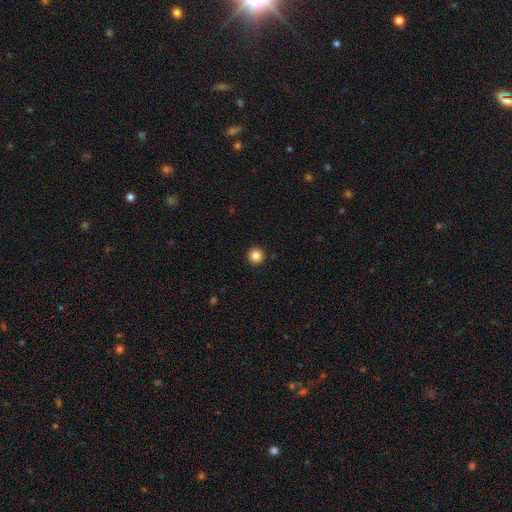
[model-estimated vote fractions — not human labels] Morphology: type=smooth (86%); roundness=round (96%); merging=none (94%).